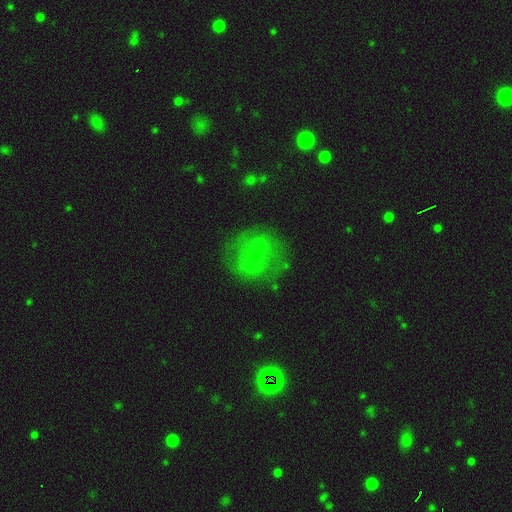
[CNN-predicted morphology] smooth-or-featured: featured or disk: 50% | smooth: 36% | star or artifact: 13%
  disk-edge-on: no: 91% | yes: 9%
  merging: none: 74% | minor disturbance: 15% | major disturbance: 9% | merger: 2%